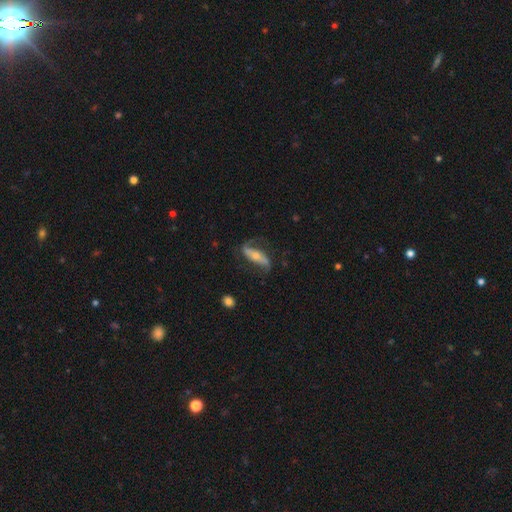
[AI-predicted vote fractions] Q: Smooth or featured?
A: featured or disk (75%); runner-up: smooth (20%)
Q: Edge-on disk?
A: no (83%); runner-up: yes (17%)
Q: Bar?
A: strong (47%); runner-up: no (32%)
Q: Spiral arms?
A: yes (90%); runner-up: no (10%)
Q: Spiral winding?
A: loose (60%); runner-up: medium (29%)
Q: Spiral arm count?
A: 2 (88%); runner-up: 1 (5%)
Q: Bulge size?
A: small (48%); runner-up: moderate (44%)
Q: Merging?
A: none (66%); runner-up: minor disturbance (19%)